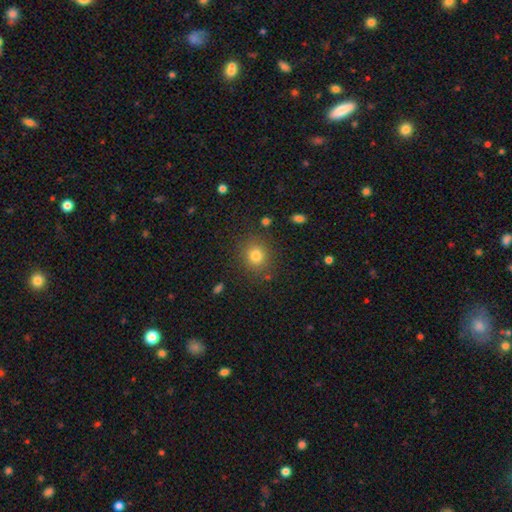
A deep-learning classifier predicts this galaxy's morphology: smooth 80%, star or artifact 13%, featured or disk 7%. Down the decision tree: how rounded — round (80%); merging — none (85%).